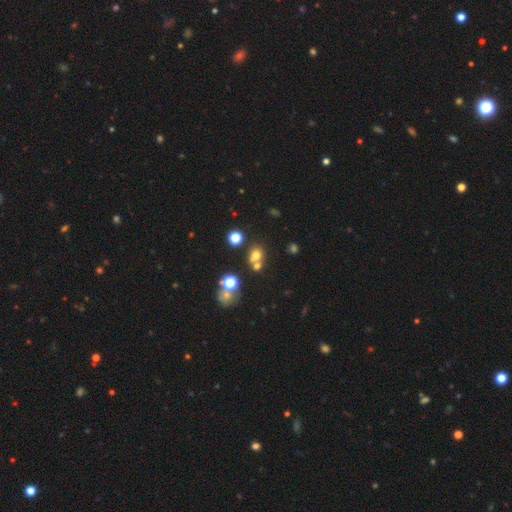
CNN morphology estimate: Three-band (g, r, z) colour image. It shows a smooth galaxy with no disk features (65%) that is round (67%). Merging: none (48%).